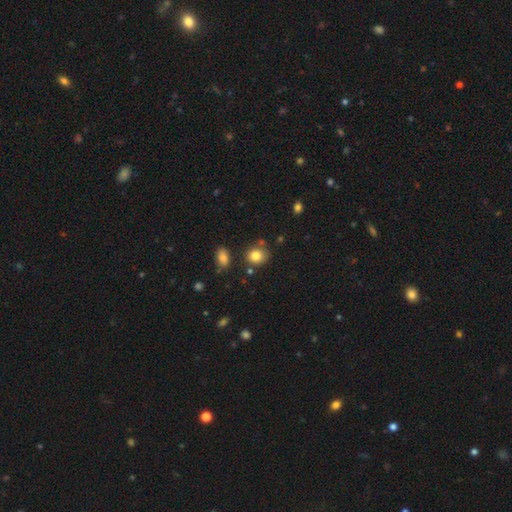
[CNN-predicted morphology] Q: Smooth or featured?
A: smooth (82%); runner-up: star or artifact (11%)
Q: How rounded?
A: round (73%); runner-up: in between (26%)
Q: Merging?
A: none (75%); runner-up: minor disturbance (14%)